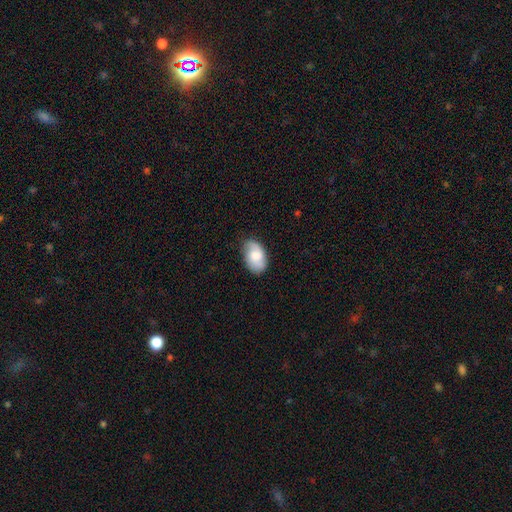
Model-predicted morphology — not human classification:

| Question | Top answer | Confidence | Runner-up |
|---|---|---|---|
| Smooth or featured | smooth | 62% | featured or disk (31%) |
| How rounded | in between | 91% | round (8%) |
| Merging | none | 76% | minor disturbance (19%) |